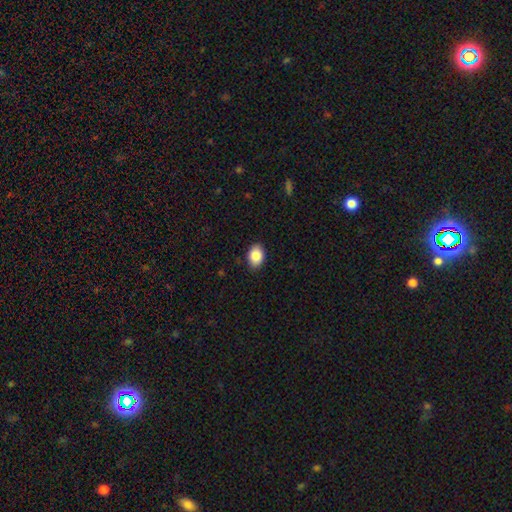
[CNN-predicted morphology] Q: Smooth or featured?
A: smooth (87%); runner-up: star or artifact (8%)
Q: How rounded?
A: in between (77%); runner-up: round (22%)
Q: Merging?
A: none (87%); runner-up: minor disturbance (10%)